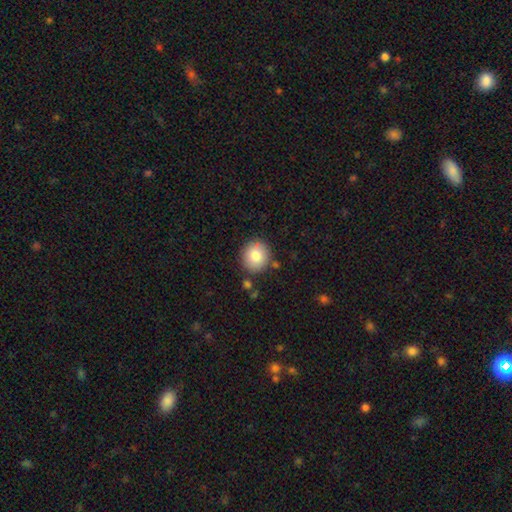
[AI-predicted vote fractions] Smooth or featured? Predicted: smooth (p=0.82). How rounded? Predicted: round (p=0.87). Merging? Predicted: none (p=0.84).